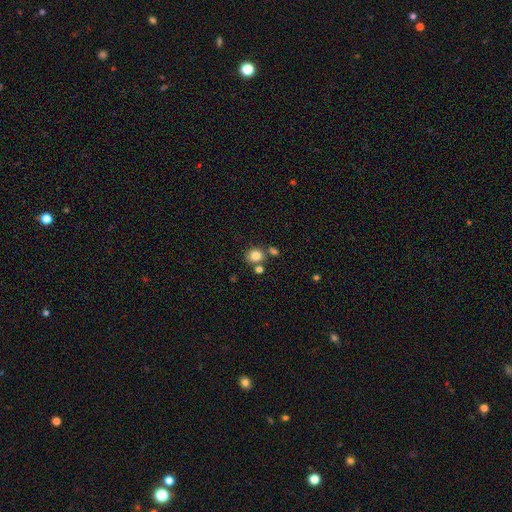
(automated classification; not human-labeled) This appears to be a smooth galaxy with no disk features (82%) that is round (75%). Merging: none (66%).